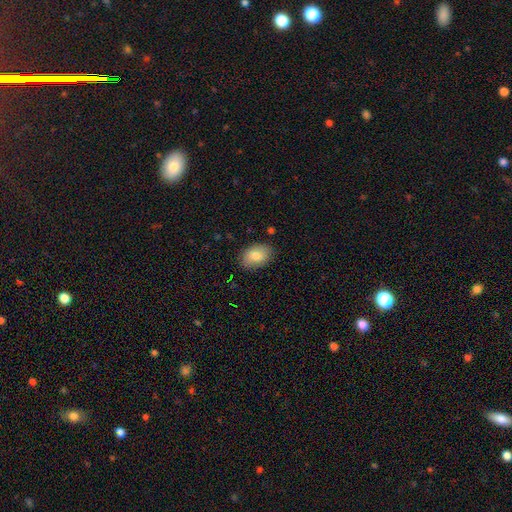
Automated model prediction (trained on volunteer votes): Overall: smooth (82%). How rounded: in between (85%). Merging: none (85%).